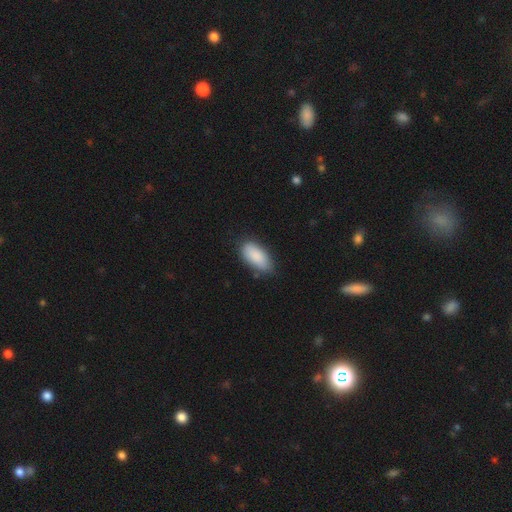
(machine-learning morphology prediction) Overall: smooth (88%). How rounded: in between (91%). Merging: none (74%).